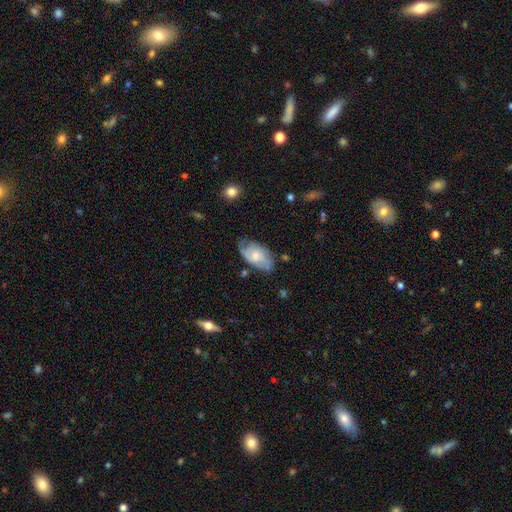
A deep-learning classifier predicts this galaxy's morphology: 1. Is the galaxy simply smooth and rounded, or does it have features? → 49% featured or disk, 44% smooth, 7% star or artifact.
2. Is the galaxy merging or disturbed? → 60% none, 28% minor disturbance, 9% major disturbance, 3% merger.